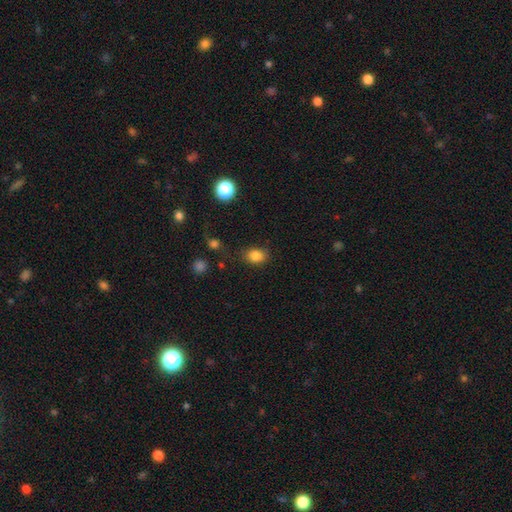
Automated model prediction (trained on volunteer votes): Smooth or featured: smooth — 82% (star or artifact — 11%)
How rounded: in between — 59% (round — 40%)
Merging: none — 75% (minor disturbance — 16%)